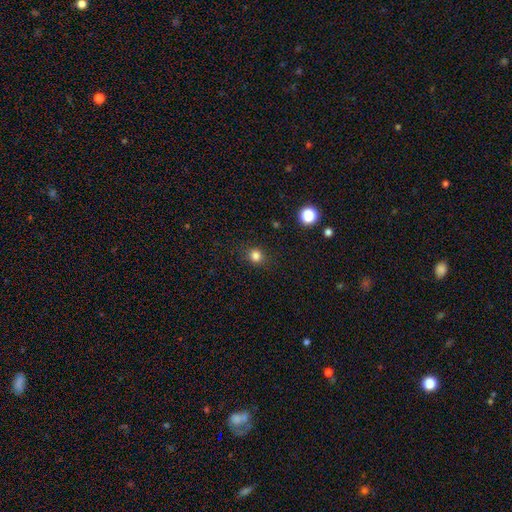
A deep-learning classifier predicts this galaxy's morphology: Smooth or featured? smooth (82%)
How rounded? round (87%)
Merging? none (88%)